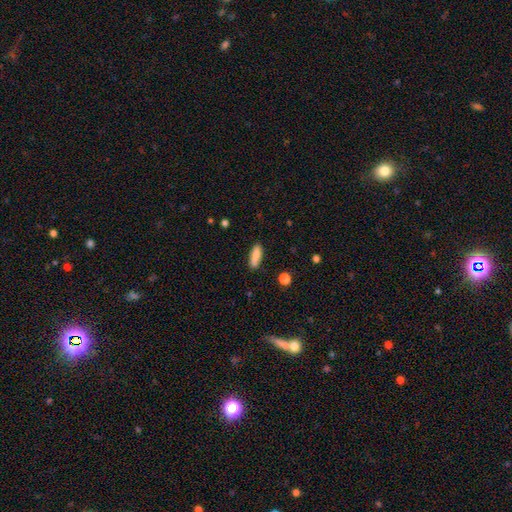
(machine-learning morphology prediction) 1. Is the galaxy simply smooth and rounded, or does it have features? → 84% smooth, 9% featured or disk, 7% star or artifact.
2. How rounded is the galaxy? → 52% in between, 46% cigar-shaped, 2% round.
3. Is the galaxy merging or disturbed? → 85% none, 11% minor disturbance, 2% major disturbance, 2% merger.